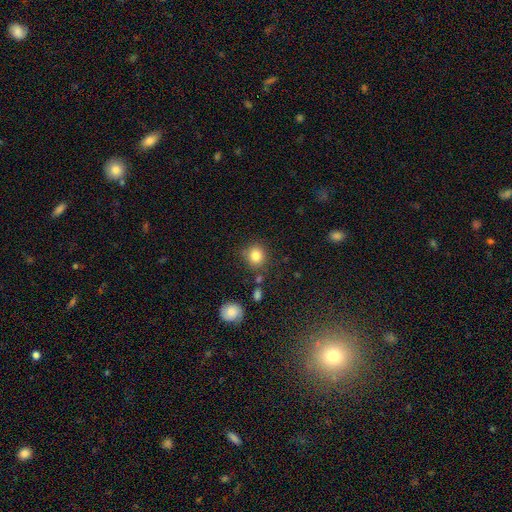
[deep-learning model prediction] Q: Smooth or featured?
A: smooth (84%); runner-up: star or artifact (10%)
Q: How rounded?
A: round (85%); runner-up: in between (14%)
Q: Merging?
A: none (79%); runner-up: minor disturbance (12%)